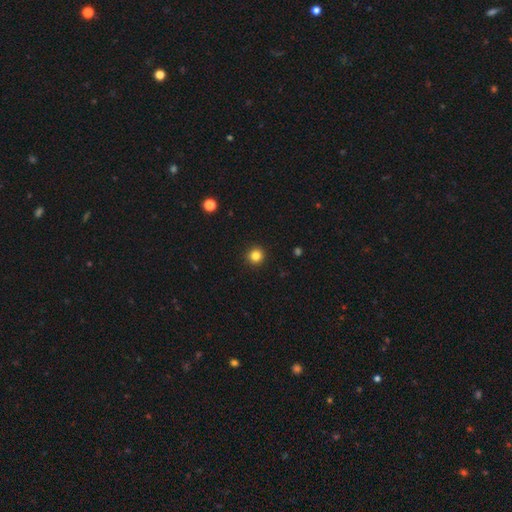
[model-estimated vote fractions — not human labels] A smooth galaxy with no disk features (84%) that is round (94%).

Vote fractions:
- Smooth or featured? smooth: 84% / star or artifact: 12% / featured or disk: 4%
- How rounded? round: 94% / in between: 5% / cigar-shaped: 1%
- Merging? none: 93% / minor disturbance: 5% / major disturbance: 2% / merger: 1%